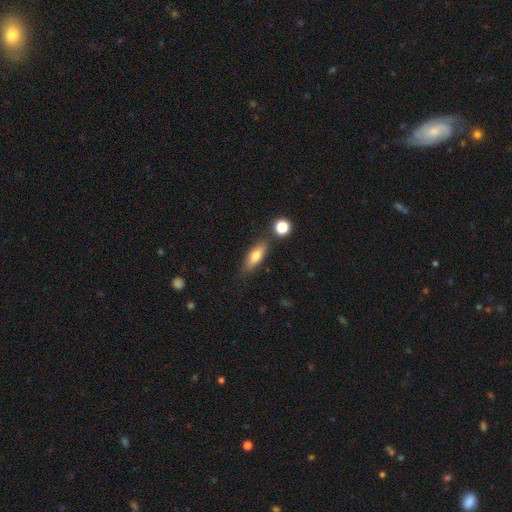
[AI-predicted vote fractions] This appears to be a smooth galaxy with no disk features (73%) that is in between round and cigar-shaped (63%). Merging: none (76%).